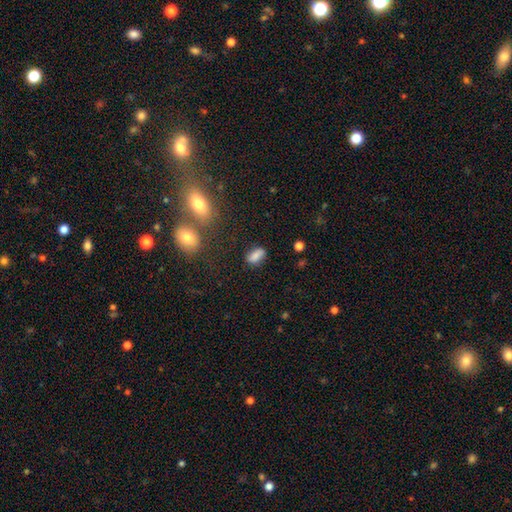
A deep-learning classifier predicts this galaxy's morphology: Smooth or featured?
  - smooth: 82% *
  - star or artifact: 10%
  - featured or disk: 8%
How rounded?
  - in between: 86% *
  - cigar-shaped: 7%
  - round: 6%
Merging?
  - none: 78% *
  - minor disturbance: 14%
  - major disturbance: 4%
  - merger: 4%